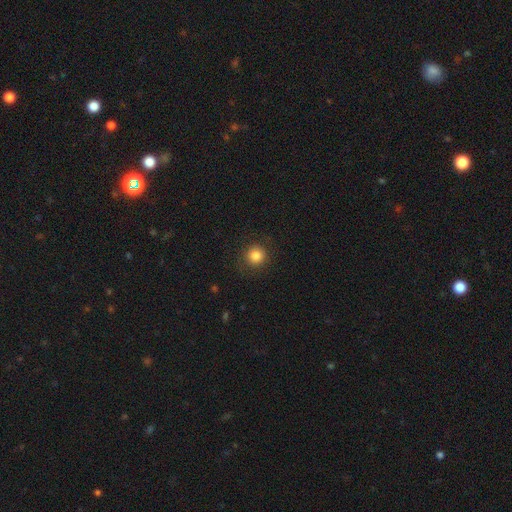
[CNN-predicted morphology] This is clearly a smooth galaxy (84%). How rounded: clearly round (92%). Merging: clearly none (87%).